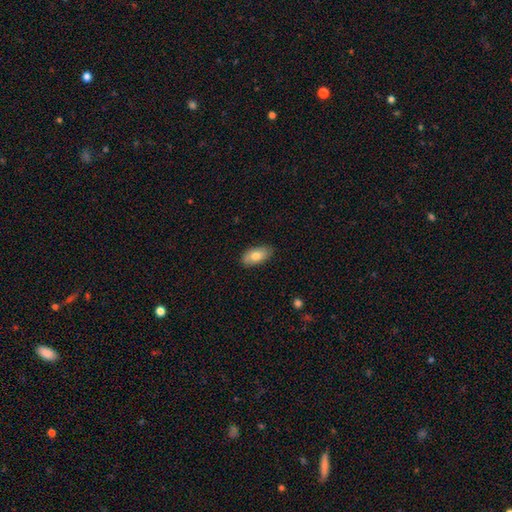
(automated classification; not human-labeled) A smooth galaxy with no disk features (79%) that is in between round and cigar-shaped (93%).

Vote fractions:
- Smooth or featured? smooth: 79% / featured or disk: 15% / star or artifact: 6%
- How rounded? in between: 93% / cigar-shaped: 4% / round: 3%
- Merging? none: 86% / minor disturbance: 11% / major disturbance: 2% / merger: 1%